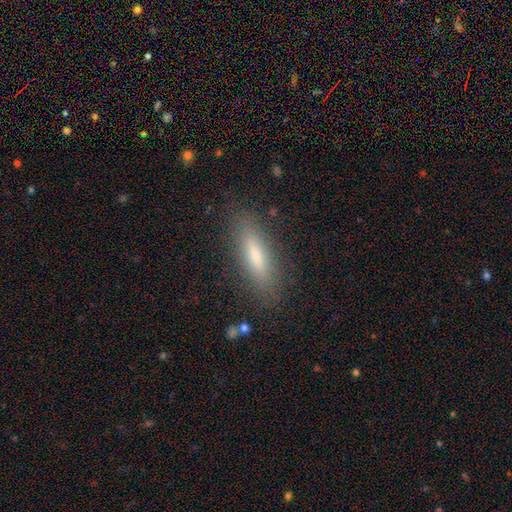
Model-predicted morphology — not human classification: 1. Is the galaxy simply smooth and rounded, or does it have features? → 70% smooth, 22% featured or disk, 8% star or artifact.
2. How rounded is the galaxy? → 64% cigar-shaped, 34% in between, 2% round.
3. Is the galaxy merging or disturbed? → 85% none, 10% minor disturbance, 3% major disturbance, 1% merger.